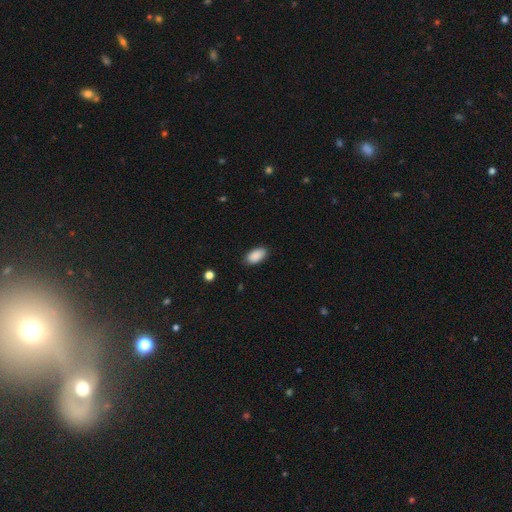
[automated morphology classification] smooth 90%, star or artifact 7%, featured or disk 3%. Down the decision tree: how rounded — in between (94%); merging — none (86%).